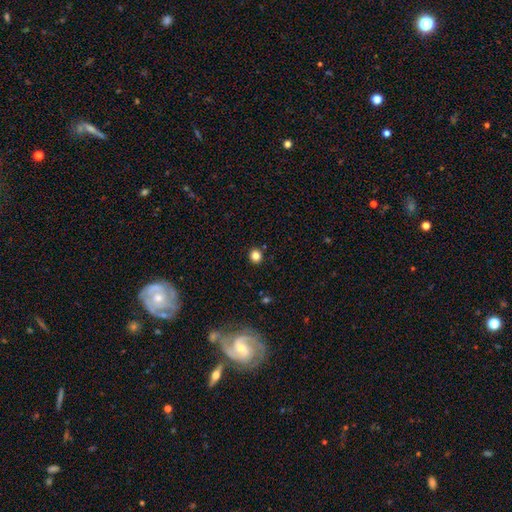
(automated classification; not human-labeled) The model was most divided on "smooth or featured": smooth: 83%, star or artifact: 13%, featured or disk: 5%. More confident: merging — none (91%); how rounded — round (89%).